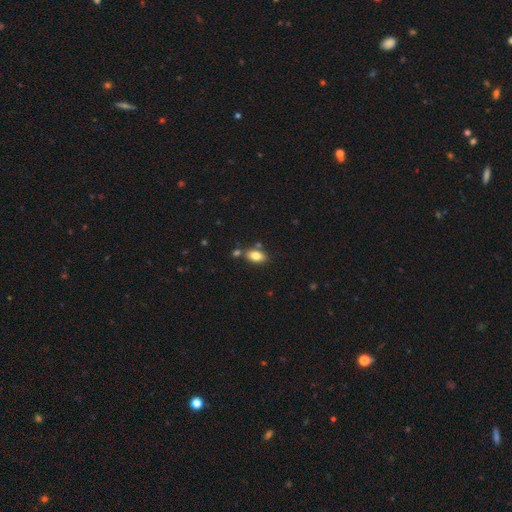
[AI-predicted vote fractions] smooth 81%, featured or disk 11%, star or artifact 8%. Down the decision tree: how rounded — in between (90%); merging — none (71%).